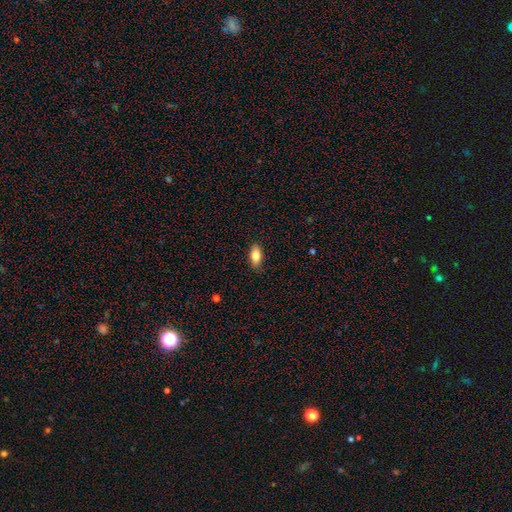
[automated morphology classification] smooth_or_featured: smooth (p=0.83) [alt: featured or disk p=0.10]
how_rounded: in between (p=0.89) [alt: cigar-shaped p=0.07]
merging: none (p=0.88) [alt: minor disturbance p=0.09]